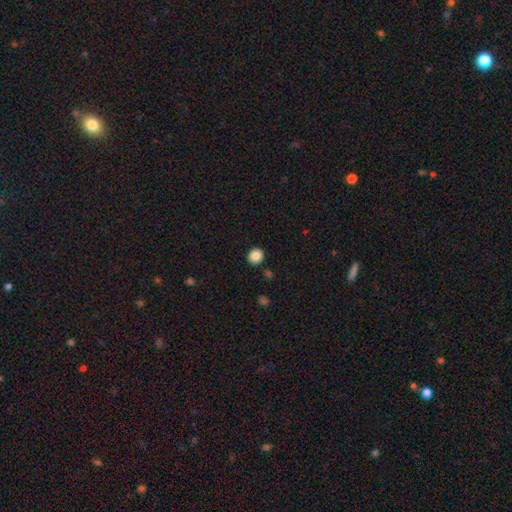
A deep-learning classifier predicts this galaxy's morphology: smooth_or_featured: smooth (p=0.87) [alt: star or artifact p=0.10]
how_rounded: round (p=0.86) [alt: in between p=0.13]
merging: none (p=0.90) [alt: minor disturbance p=0.06]